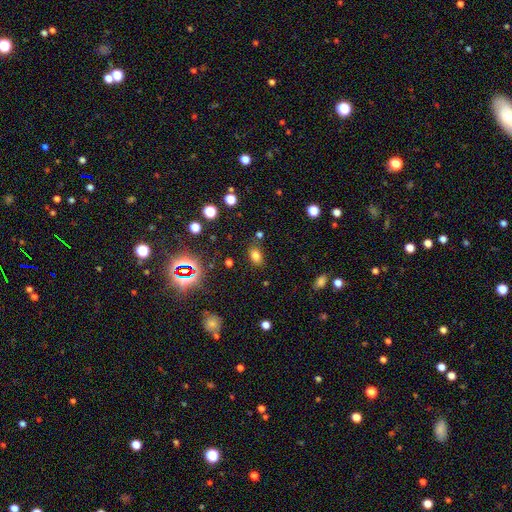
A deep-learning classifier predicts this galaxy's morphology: smooth-or-featured: smooth: 75% | star or artifact: 18% | featured or disk: 7%
  how-rounded: in between: 76% | round: 22% | cigar-shaped: 1%
  merging: none: 79% | minor disturbance: 12% | merger: 5% | major disturbance: 4%